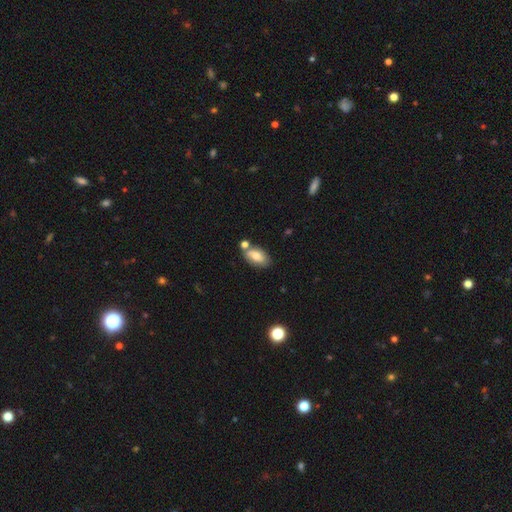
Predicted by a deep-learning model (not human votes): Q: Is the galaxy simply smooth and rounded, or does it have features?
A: smooth — 73%.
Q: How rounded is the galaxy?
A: in between — 92%.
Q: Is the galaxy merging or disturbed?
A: none — 61%.